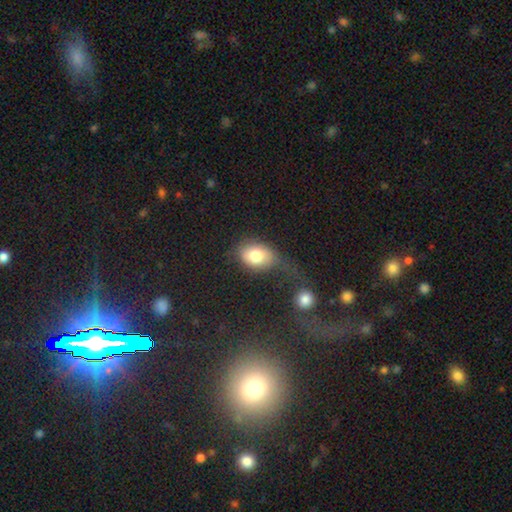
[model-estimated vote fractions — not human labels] Overall: smooth (78%). How rounded: in between (65%; round 33%). Merging: none (41%; minor disturbance 23%).